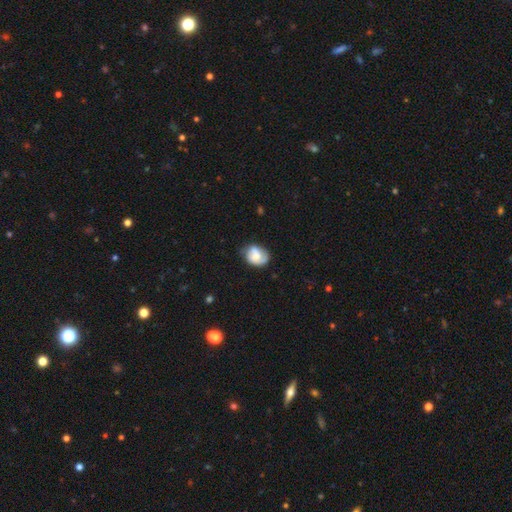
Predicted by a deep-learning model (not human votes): The model was most divided on "smooth or featured": smooth: 47%, featured or disk: 45%, star or artifact: 8%. More confident: merging — none (60%).